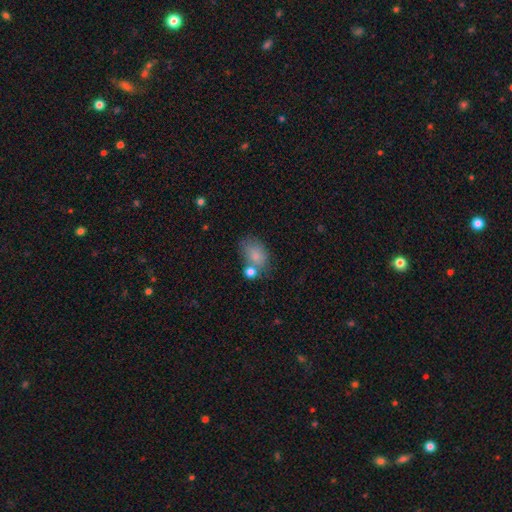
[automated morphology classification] smooth-or-featured: smooth: 80% | featured or disk: 11% | star or artifact: 9%
  how-rounded: in between: 80% | round: 19% | cigar-shaped: 1%
  merging: none: 48% | minor disturbance: 22% | merger: 21% | major disturbance: 9%